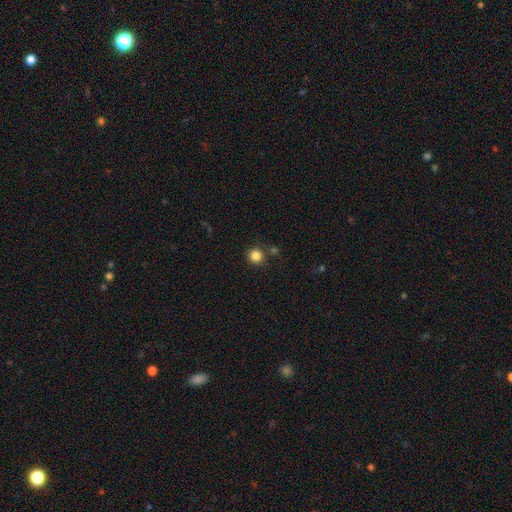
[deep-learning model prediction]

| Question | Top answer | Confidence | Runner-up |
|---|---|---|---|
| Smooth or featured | smooth | 85% | star or artifact (11%) |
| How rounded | round | 95% | in between (4%) |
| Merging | none | 83% | minor disturbance (8%) |